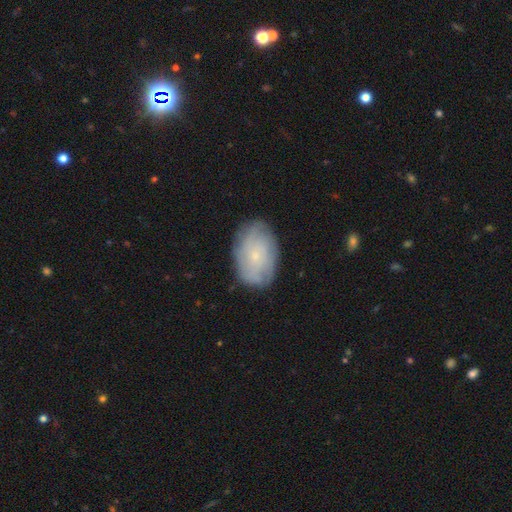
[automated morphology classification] Smooth or featured: featured or disk — 47% (smooth — 46%)
Merging: none — 78% (minor disturbance — 16%)